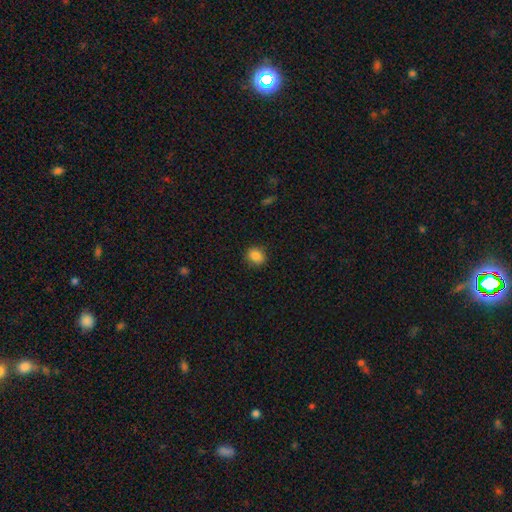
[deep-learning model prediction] This appears to be a smooth galaxy with no disk features (85%) that is round (68%). Merging: none (87%).